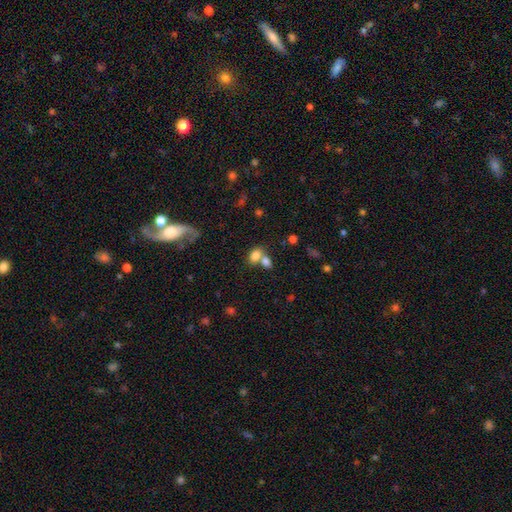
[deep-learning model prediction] This appears to be a smooth galaxy with no disk features (79%) that is in between round and cigar-shaped (82%). Merging: merger (54%).